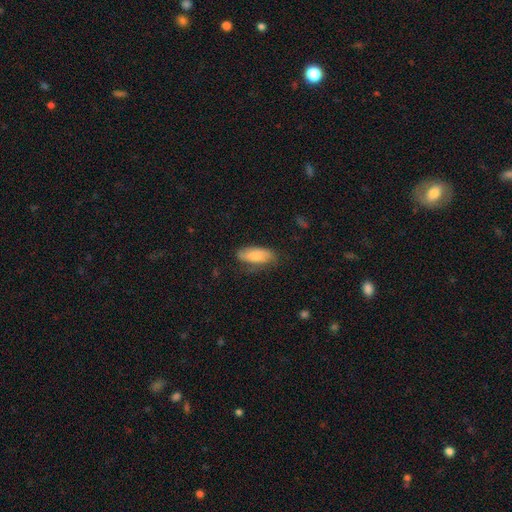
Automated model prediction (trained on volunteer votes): This is likely a smooth galaxy (74%). How rounded: clearly in between (81%). Merging: likely none (65%).